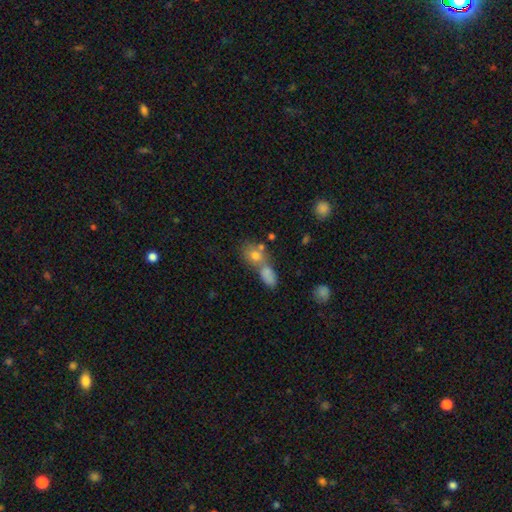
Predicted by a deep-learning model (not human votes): Smooth or featured? Predicted: smooth (p=0.72). How rounded? Predicted: round (p=0.50). Merging? Predicted: merger (p=0.54).